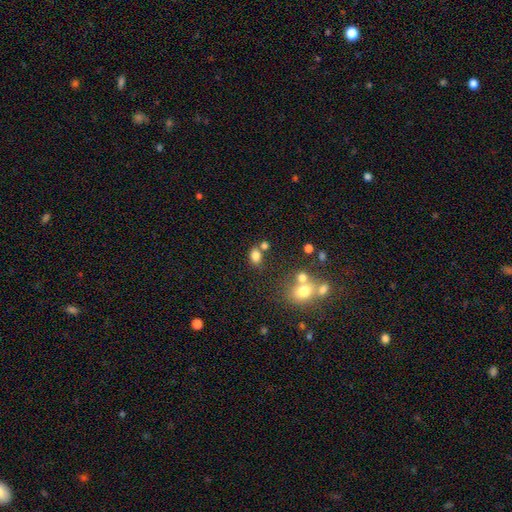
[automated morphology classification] Q: Smooth or featured?
A: smooth (79%); runner-up: star or artifact (13%)
Q: How rounded?
A: in between (68%); runner-up: round (30%)
Q: Merging?
A: none (59%); runner-up: merger (22%)